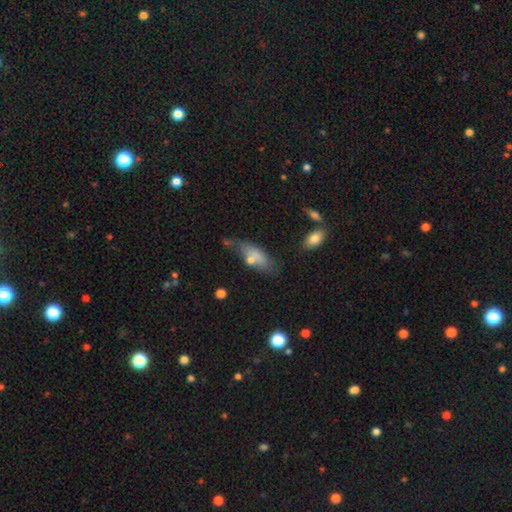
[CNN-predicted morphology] Smooth or featured? Predicted: smooth (p=0.71). How rounded? Predicted: in between (p=0.77). Merging? Predicted: none (p=0.45).